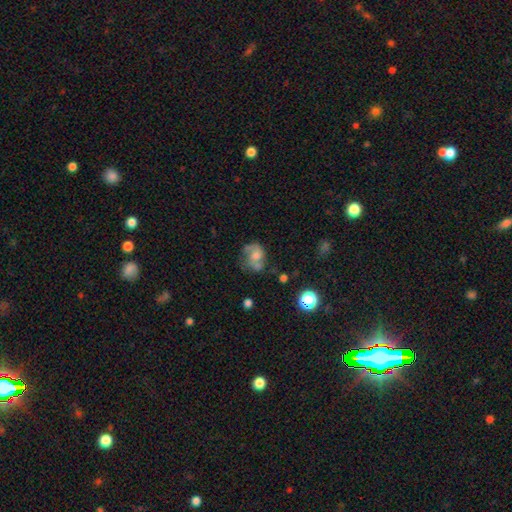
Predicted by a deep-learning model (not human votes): smooth-or-featured: featured or disk: 49% | smooth: 37% | star or artifact: 14%
  merging: none: 43% | minor disturbance: 22% | merger: 18% | major disturbance: 17%